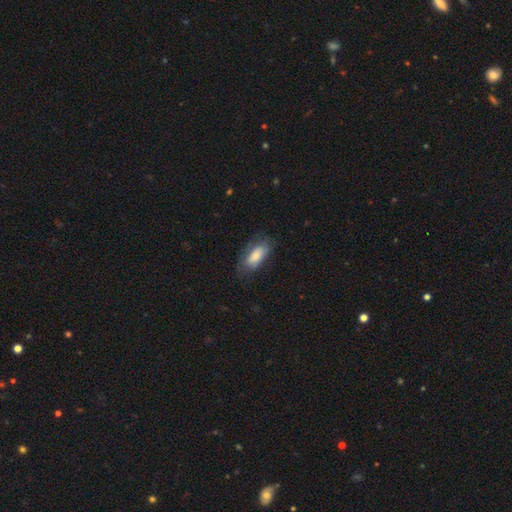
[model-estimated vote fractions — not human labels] This is likely a smooth galaxy (77%). How rounded: clearly in between (85%). Merging: likely none (70%).